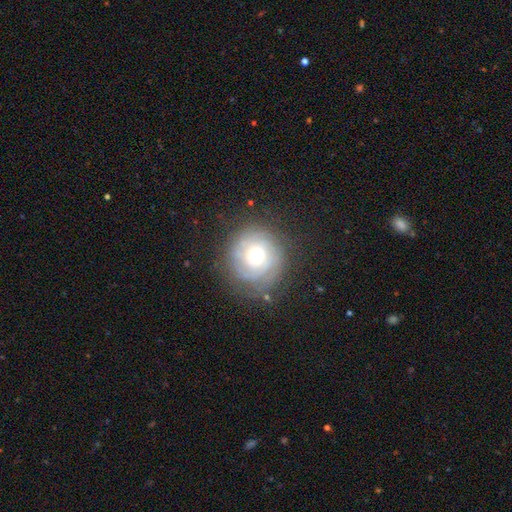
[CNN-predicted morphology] This appears to be a featured or disk galaxy (65%) with no bar (81%), tight (73%) spiral arms (84%) and a moderate central bulge (67%). Merging: none (75%).